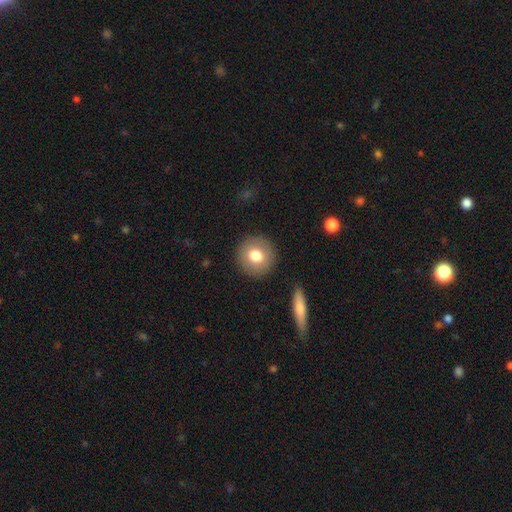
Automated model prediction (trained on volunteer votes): The model was most divided on "smooth or featured": smooth: 76%, featured or disk: 15%, star or artifact: 8%. More confident: how rounded — round (93%); merging — none (90%).